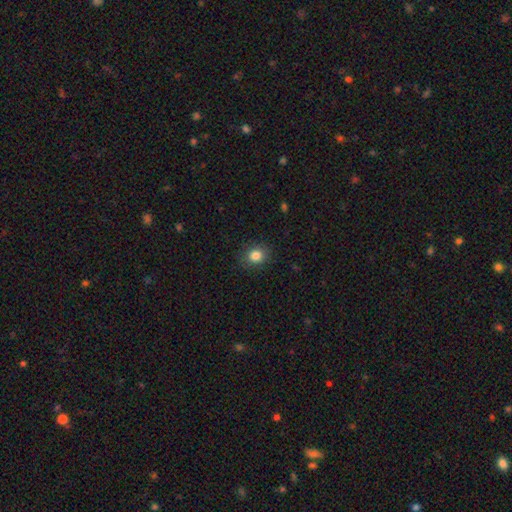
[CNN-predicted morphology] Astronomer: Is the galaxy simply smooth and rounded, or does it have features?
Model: smooth — 84%.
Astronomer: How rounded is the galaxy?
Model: round — 68%.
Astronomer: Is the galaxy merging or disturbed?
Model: none — 87%.